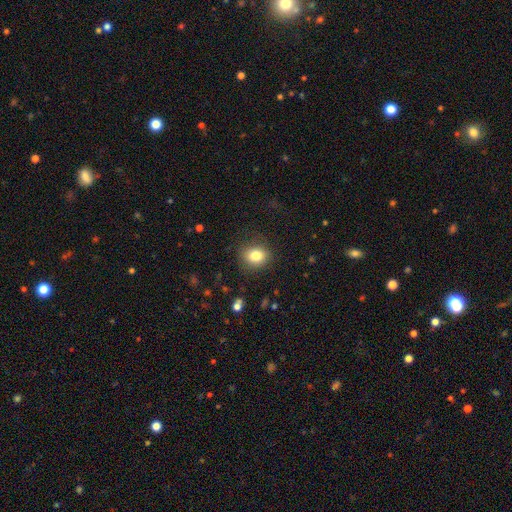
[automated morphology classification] A smooth galaxy with no disk features (82%) that is round (67%). Merging: none (85%).